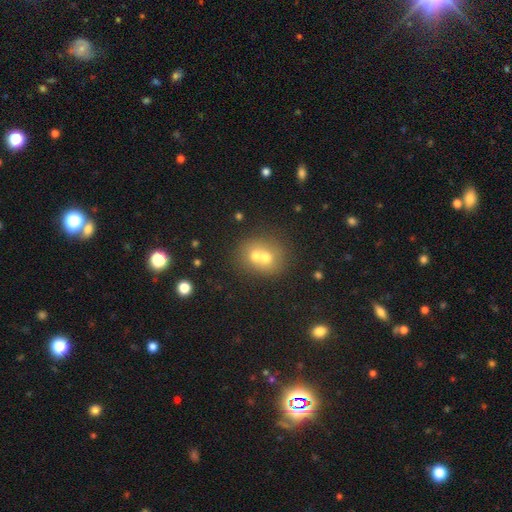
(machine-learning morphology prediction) A smooth galaxy with no disk features (62%) that is round (74%).

Vote fractions:
- Smooth or featured? smooth: 62% / featured or disk: 26% / star or artifact: 12%
- How rounded? round: 74% / in between: 25% / cigar-shaped: 1%
- Merging? merger: 63% / none: 29% / minor disturbance: 6% / major disturbance: 3%